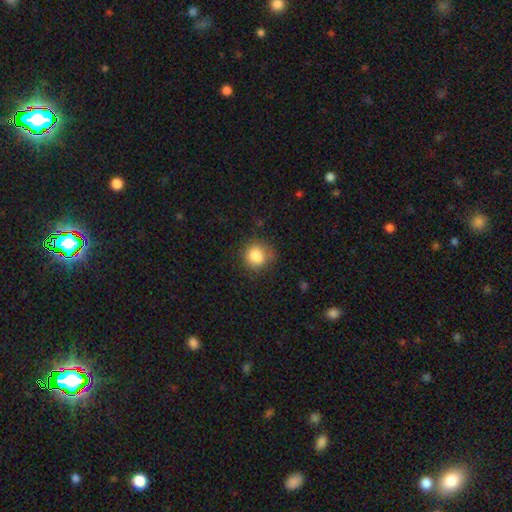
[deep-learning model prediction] Morphology: type=smooth (83%); roundness=round (83%); merging=none (69%).